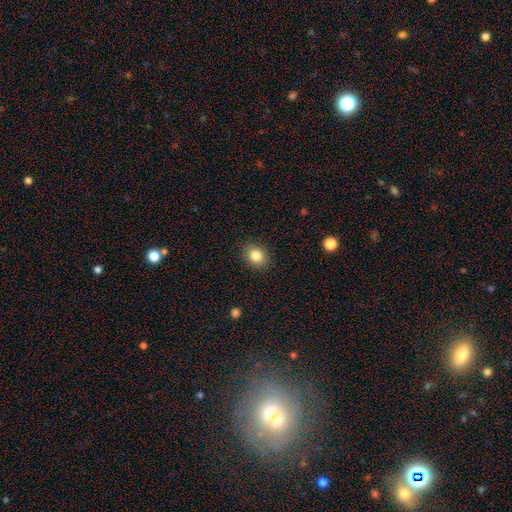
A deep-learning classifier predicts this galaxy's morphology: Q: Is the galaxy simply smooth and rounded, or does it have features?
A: smooth — 84%.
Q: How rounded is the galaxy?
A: round — 55%.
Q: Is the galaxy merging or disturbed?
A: none — 89%.